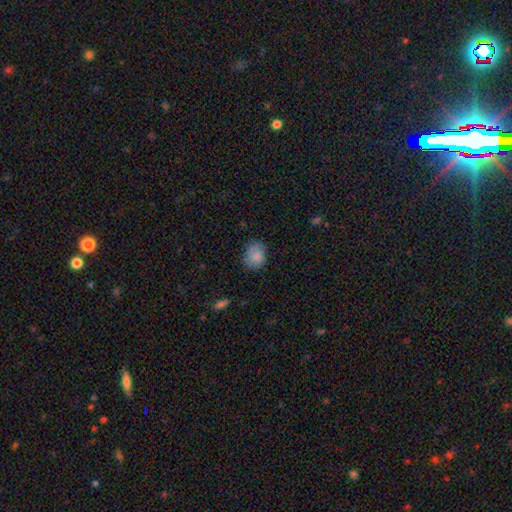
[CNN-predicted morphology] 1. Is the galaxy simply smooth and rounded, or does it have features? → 85% smooth, 8% star or artifact, 7% featured or disk.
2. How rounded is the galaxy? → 55% round, 44% in between, 1% cigar-shaped.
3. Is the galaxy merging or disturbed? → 72% none, 22% minor disturbance, 5% major disturbance, 1% merger.